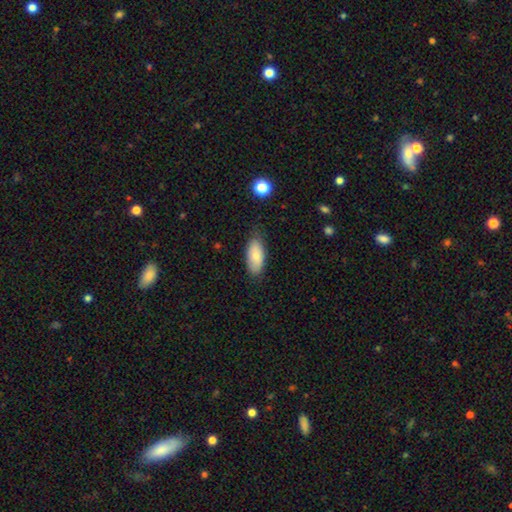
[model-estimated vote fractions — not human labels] smooth-or-featured: smooth: 77% | featured or disk: 16% | star or artifact: 7%
  how-rounded: in between: 90% | cigar-shaped: 8% | round: 3%
  merging: none: 76% | minor disturbance: 19% | major disturbance: 3% | merger: 1%